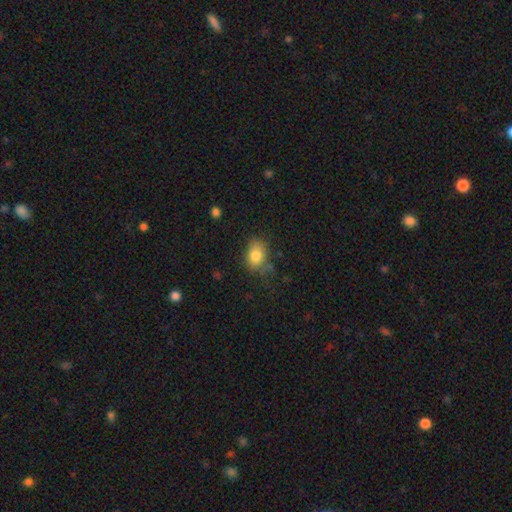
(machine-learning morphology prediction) Smooth or featured? Predicted: smooth (p=0.81). How rounded? Predicted: in between (p=0.65). Merging? Predicted: none (p=0.64).